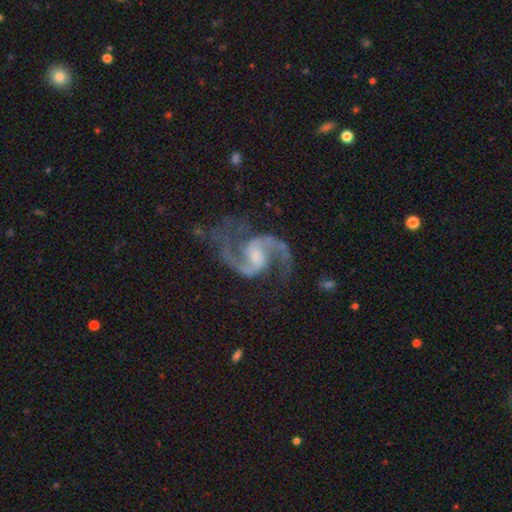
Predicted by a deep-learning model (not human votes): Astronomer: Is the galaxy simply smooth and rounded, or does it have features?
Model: featured or disk — 94%.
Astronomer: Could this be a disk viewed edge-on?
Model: no — 99%.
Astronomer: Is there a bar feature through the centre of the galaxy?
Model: weak — 50% (runner-up: no, 35%).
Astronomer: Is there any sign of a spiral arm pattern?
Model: yes — 99%.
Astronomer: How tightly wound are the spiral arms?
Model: medium — 59%.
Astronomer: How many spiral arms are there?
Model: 2 — 94%.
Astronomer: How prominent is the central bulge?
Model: small — 42% (runner-up: moderate, 36%).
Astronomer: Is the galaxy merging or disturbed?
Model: none — 73%.